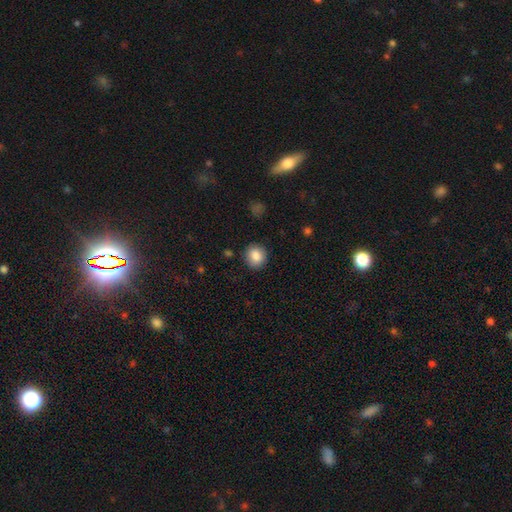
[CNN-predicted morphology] Q: Smooth or featured?
A: smooth (87%); runner-up: star or artifact (9%)
Q: How rounded?
A: round (83%); runner-up: in between (16%)
Q: Merging?
A: none (88%); runner-up: minor disturbance (8%)